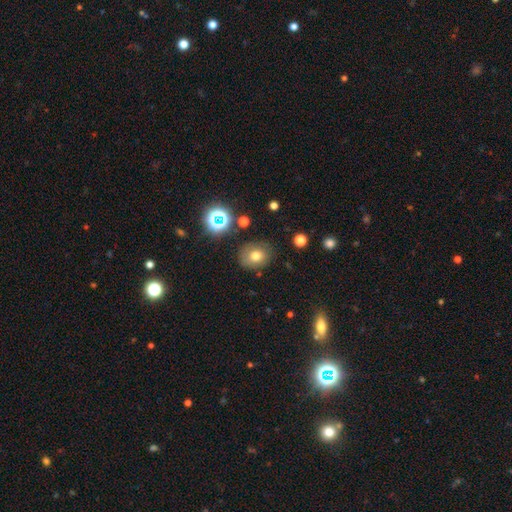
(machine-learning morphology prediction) This is likely a smooth galaxy (72%). How rounded: likely round (66%). Merging: likely none (79%).